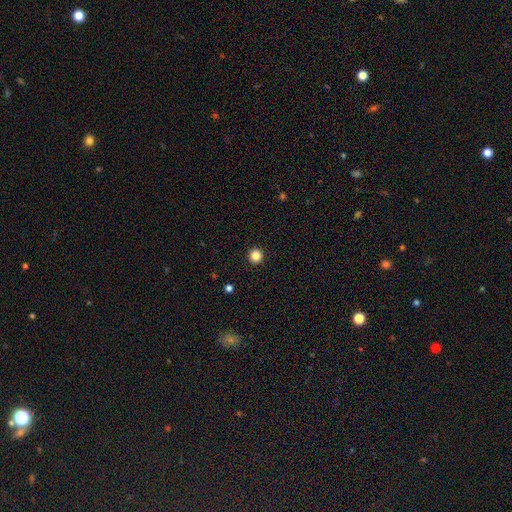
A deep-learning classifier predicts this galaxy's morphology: The model was most divided on "smooth or featured": smooth: 85%, star or artifact: 11%, featured or disk: 4%. More confident: how rounded — round (96%); merging — none (94%).